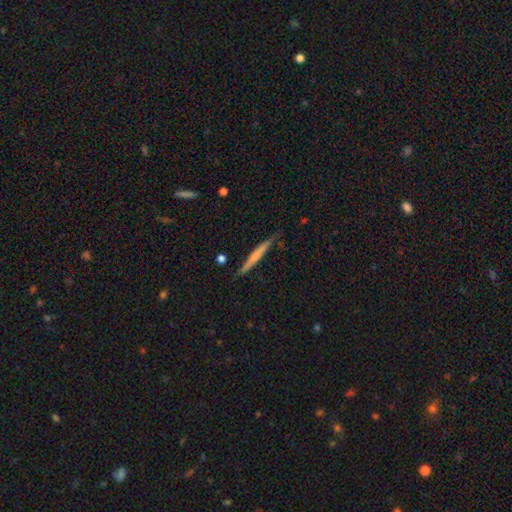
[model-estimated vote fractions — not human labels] This appears to be a smooth galaxy with no disk features (52%) that is cigar-shaped (96%). Merging: none (84%).